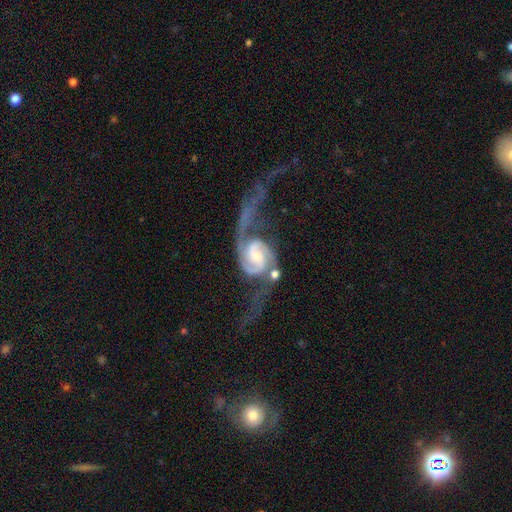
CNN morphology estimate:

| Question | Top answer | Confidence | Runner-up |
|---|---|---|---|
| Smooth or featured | featured or disk | 92% | star or artifact (4%) |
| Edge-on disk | no | 98% | yes (2%) |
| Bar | weak | 43% | no (39%) |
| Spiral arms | yes | 98% | no (2%) |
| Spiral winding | medium | 44% | loose (34%) |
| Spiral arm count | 2 | 91% | can't tell (2%) |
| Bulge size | moderate | 40% | small (39%) |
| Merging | major disturbance | 36% | none (33%) |